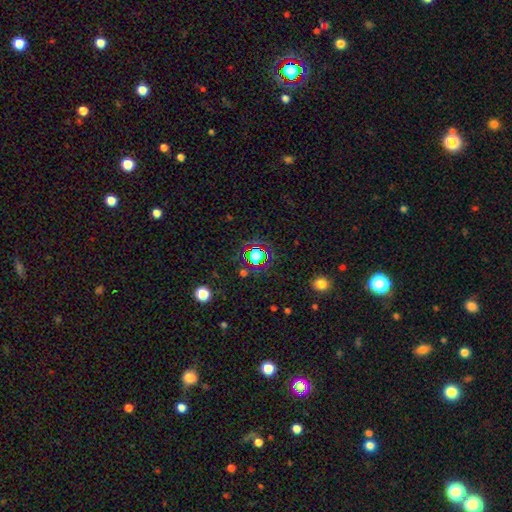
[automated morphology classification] Smooth or featured?
  - star or artifact: 64% *
  - smooth: 26%
  - featured or disk: 10%